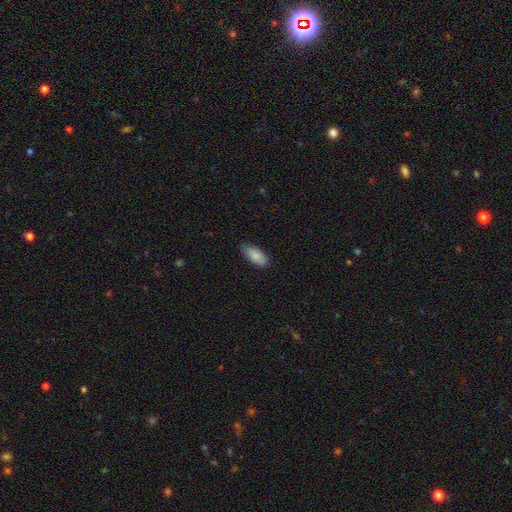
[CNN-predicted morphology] smooth 87%, featured or disk 7%, star or artifact 6%. Down the decision tree: how rounded — in between (90%); merging — none (83%).